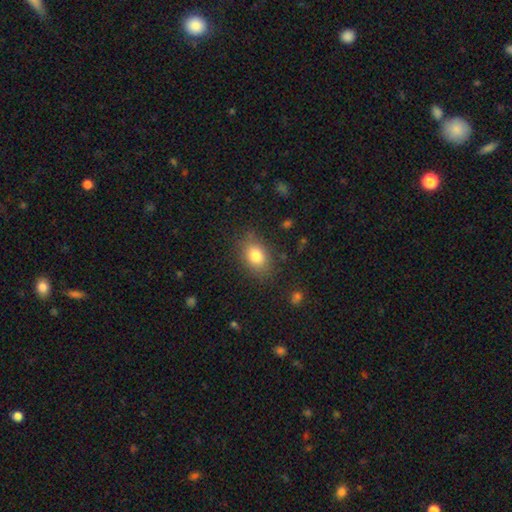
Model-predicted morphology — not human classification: A smooth galaxy with no disk features (81%) that is in between round and cigar-shaped (79%). Merging: none (80%).